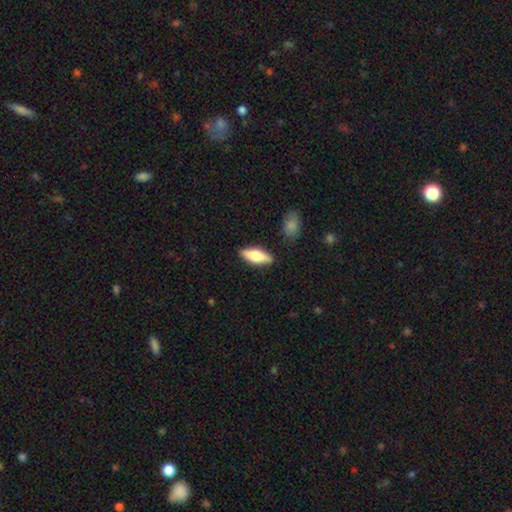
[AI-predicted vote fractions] Morphology: type=smooth (63%); roundness=in between (62%); merging=none (86%).